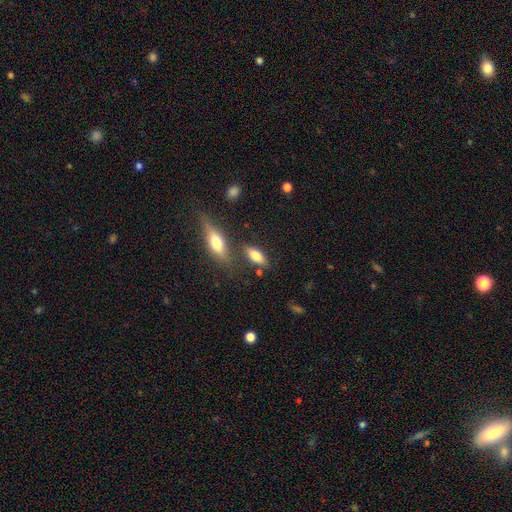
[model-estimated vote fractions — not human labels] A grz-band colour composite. It shows a smooth galaxy with no disk features (78%) that is in between round and cigar-shaped (79%). Merging: none (70%).